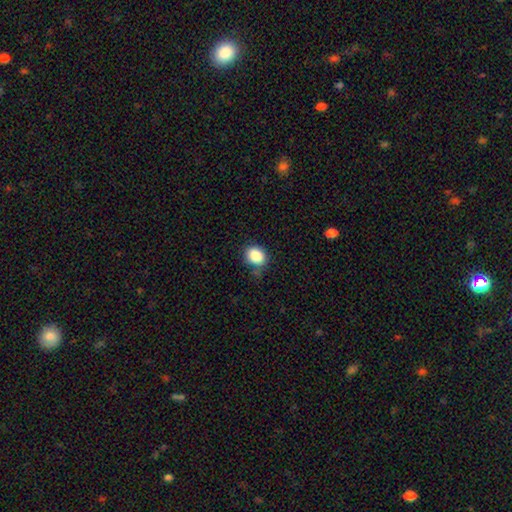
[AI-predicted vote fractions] Smooth or featured: smooth — 87% (star or artifact — 9%)
How rounded: in between — 52% (round — 47%)
Merging: none — 72% (minor disturbance — 19%)